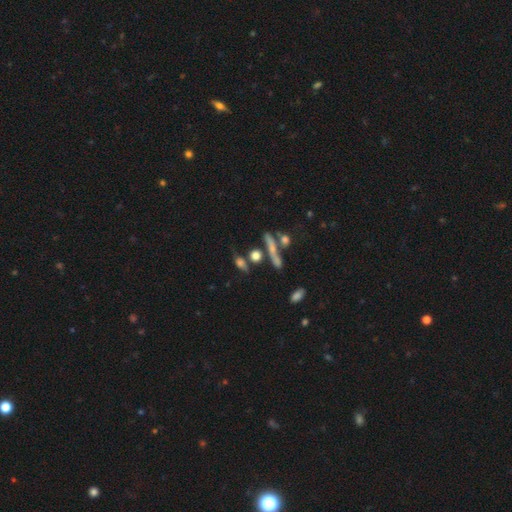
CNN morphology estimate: Smooth or featured? Predicted: smooth (p=0.56). How rounded? Predicted: cigar-shaped (p=0.41). Merging? Predicted: none (p=0.56).